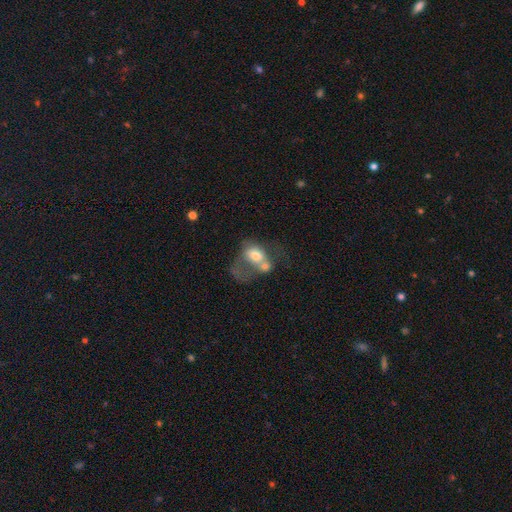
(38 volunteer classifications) Q: Smooth or featured?
A: smooth (71%); runner-up: featured or disk (24%)
Q: How rounded?
A: round (52%); runner-up: in between (48%)
Q: Merging?
A: merger (67%); runner-up: major disturbance (17%)